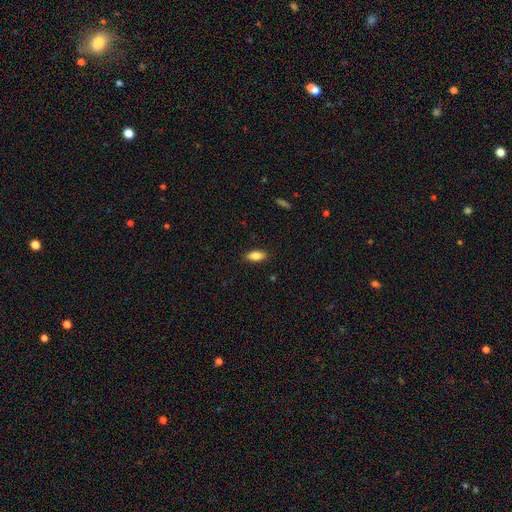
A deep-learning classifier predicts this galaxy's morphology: Smooth or featured?
  - smooth: 82% *
  - featured or disk: 11%
  - star or artifact: 7%
How rounded?
  - in between: 82% *
  - cigar-shaped: 15%
  - round: 3%
Merging?
  - none: 88% *
  - minor disturbance: 9%
  - major disturbance: 2%
  - merger: 1%